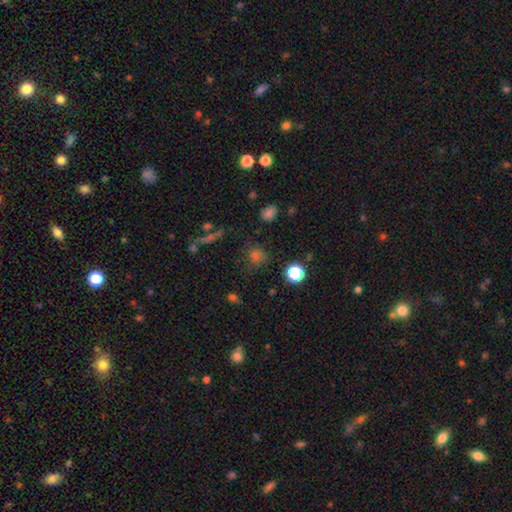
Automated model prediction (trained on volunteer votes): Smooth or featured? smooth (64%)
How rounded? round (81%)
Merging? none (77%)